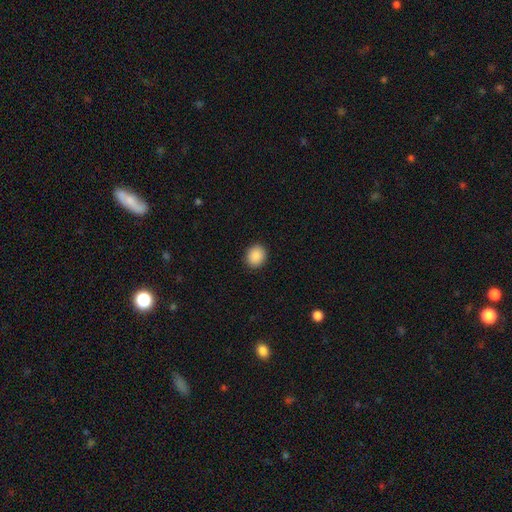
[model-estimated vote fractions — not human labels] Smooth or featured?
  - smooth: 89% *
  - star or artifact: 8%
  - featured or disk: 3%
How rounded?
  - round: 75% *
  - in between: 24%
  - cigar-shaped: 1%
Merging?
  - none: 91% *
  - minor disturbance: 6%
  - major disturbance: 2%
  - merger: 1%